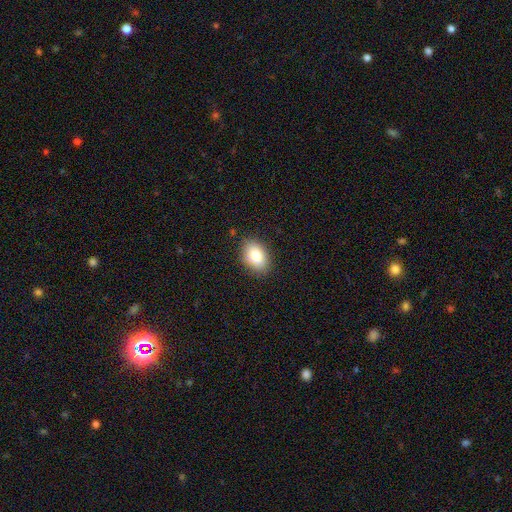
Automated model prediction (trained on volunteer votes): smooth_or_featured: smooth (p=0.82) [alt: featured or disk p=0.10]
how_rounded: in between (p=0.85) [alt: round p=0.13]
merging: none (p=0.86) [alt: minor disturbance p=0.11]